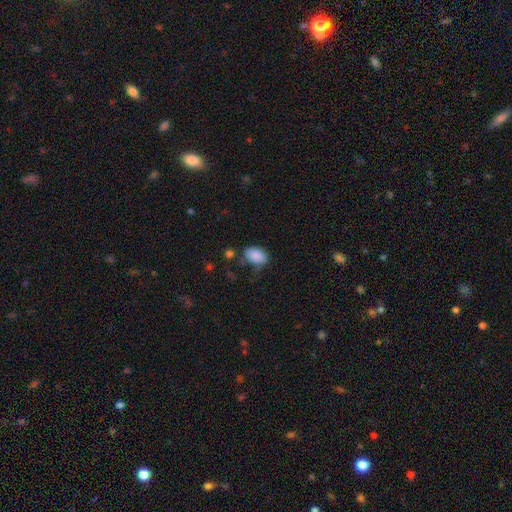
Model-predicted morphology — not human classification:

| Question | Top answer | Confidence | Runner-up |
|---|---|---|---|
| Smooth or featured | smooth | 86% | star or artifact (8%) |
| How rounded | in between | 90% | round (9%) |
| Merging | none | 65% | minor disturbance (23%) |